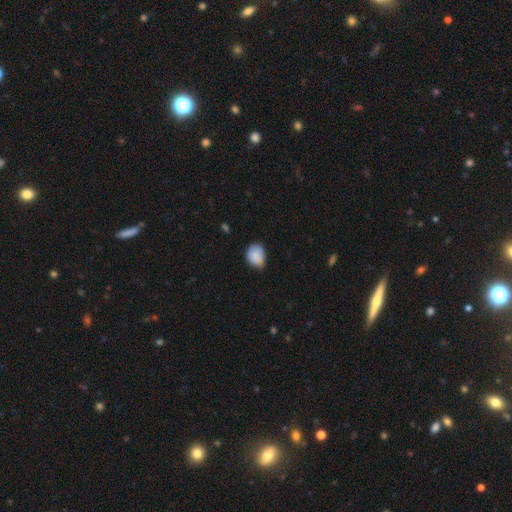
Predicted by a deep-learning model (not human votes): This is clearly a smooth galaxy (86%). How rounded: possibly round (53%). Merging: possibly none (60%).